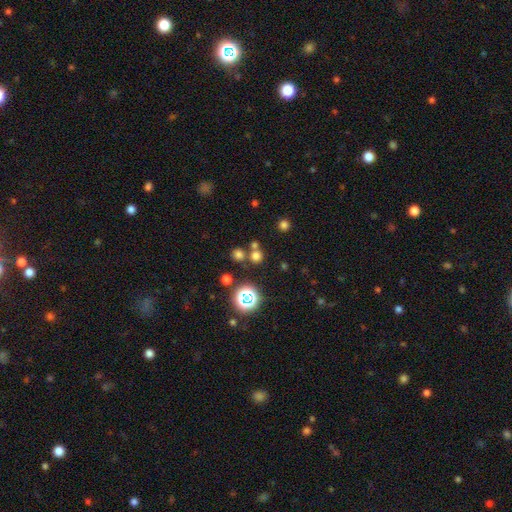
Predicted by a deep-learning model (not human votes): Morphology: type=smooth (63%); roundness=round (90%); merging=none (67%).